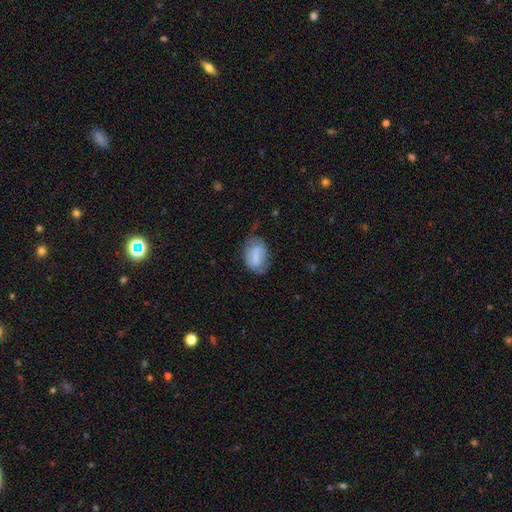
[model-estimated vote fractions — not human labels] smooth-or-featured: smooth: 62% | featured or disk: 30% | star or artifact: 8%
  how-rounded: in between: 86% | round: 12% | cigar-shaped: 2%
  merging: none: 54% | minor disturbance: 32% | major disturbance: 12% | merger: 2%